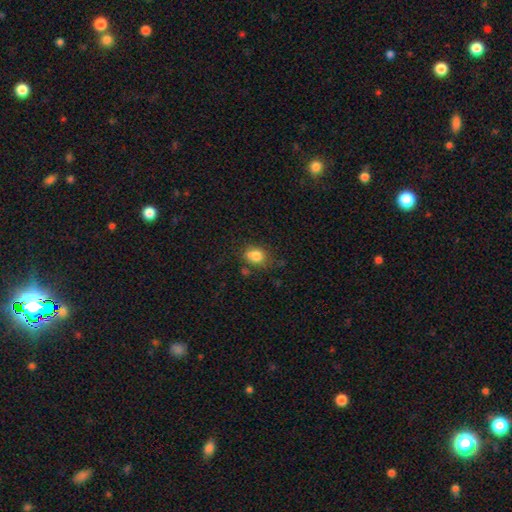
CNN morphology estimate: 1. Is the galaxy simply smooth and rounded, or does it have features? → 82% smooth, 10% star or artifact, 8% featured or disk.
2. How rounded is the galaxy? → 60% in between, 39% round, 1% cigar-shaped.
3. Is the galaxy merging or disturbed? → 61% none, 24% minor disturbance, 8% major disturbance, 8% merger.